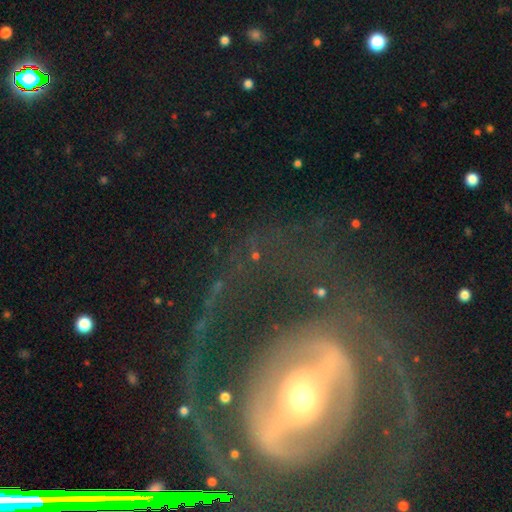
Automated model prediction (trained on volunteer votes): Smooth or featured? Predicted: star or artifact (p=0.62).